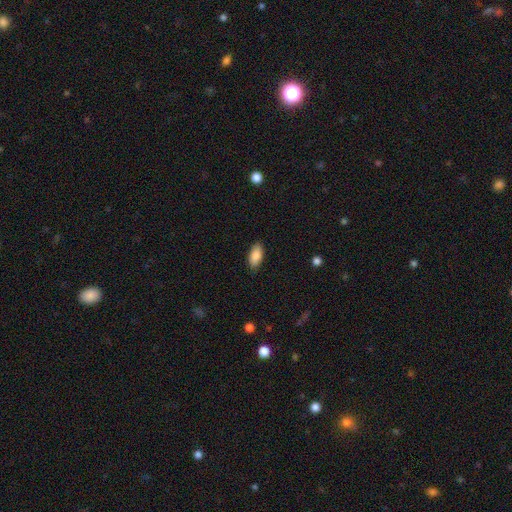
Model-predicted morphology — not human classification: Overall: smooth (87%). How rounded: in between (90%). Merging: none (86%).